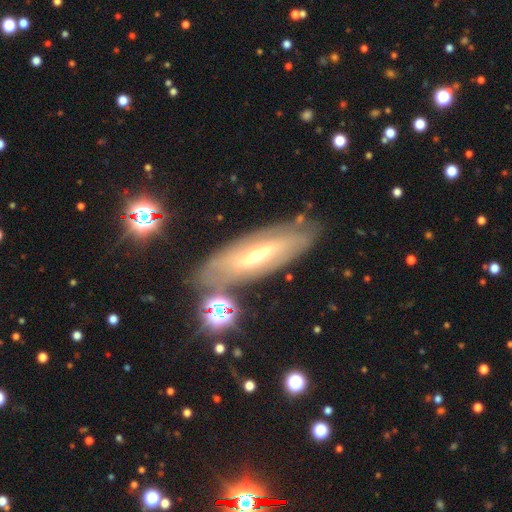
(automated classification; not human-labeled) Overall: featured or disk (64%; smooth 27%). Edge-on disk: no (68%; yes 32%). Merging: none (74%).